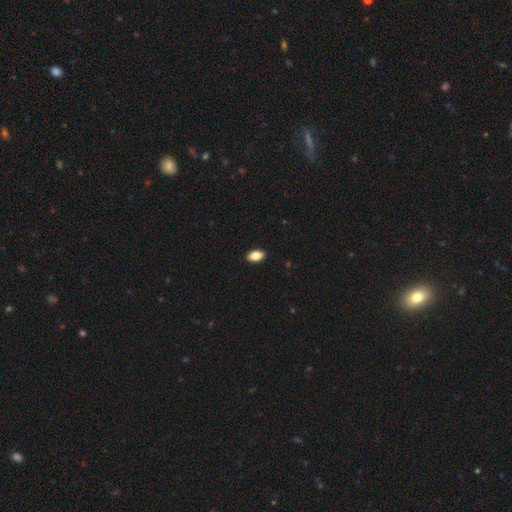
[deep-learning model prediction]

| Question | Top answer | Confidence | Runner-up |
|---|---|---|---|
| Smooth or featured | smooth | 85% | featured or disk (8%) |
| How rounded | in between | 92% | round (5%) |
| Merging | none | 90% | minor disturbance (7%) |